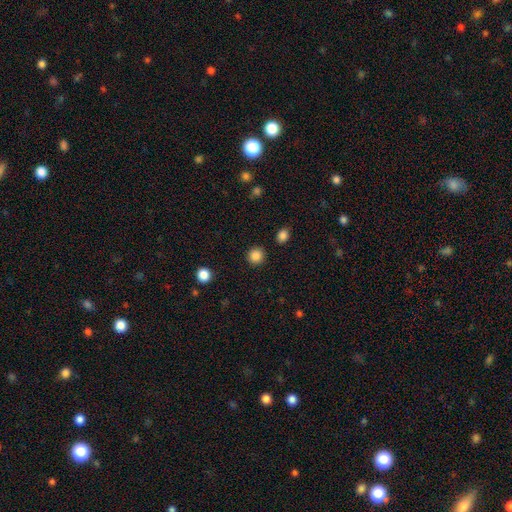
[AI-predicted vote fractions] Smooth or featured? smooth (86%)
How rounded? round (93%)
Merging? none (91%)